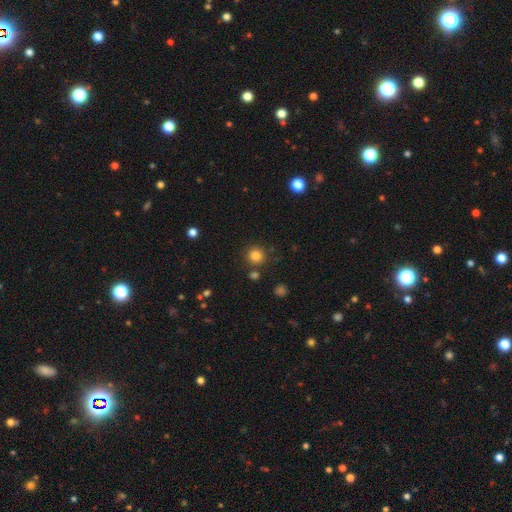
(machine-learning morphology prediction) Q: Smooth or featured?
A: smooth (83%); runner-up: star or artifact (12%)
Q: How rounded?
A: round (92%); runner-up: in between (7%)
Q: Merging?
A: none (83%); runner-up: minor disturbance (8%)